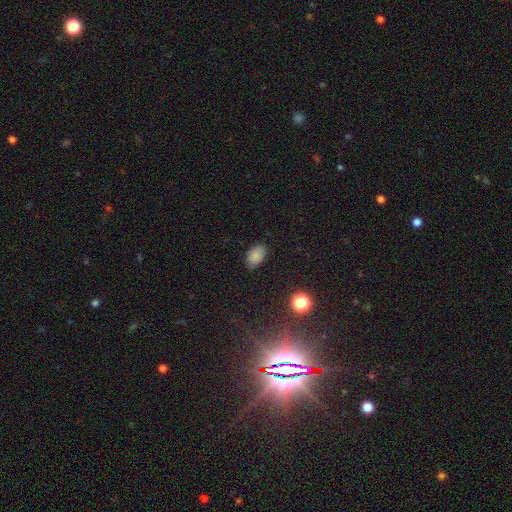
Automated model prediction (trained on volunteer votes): A smooth galaxy with no disk features (83%) that is in between round and cigar-shaped (89%). Merging: none (81%).